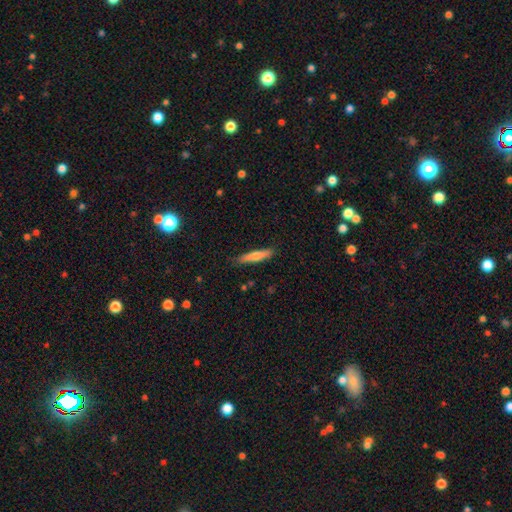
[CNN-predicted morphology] Smooth or featured: smooth — 63% (featured or disk — 30%)
How rounded: cigar-shaped — 88% (in between — 10%)
Merging: none — 85% (minor disturbance — 12%)